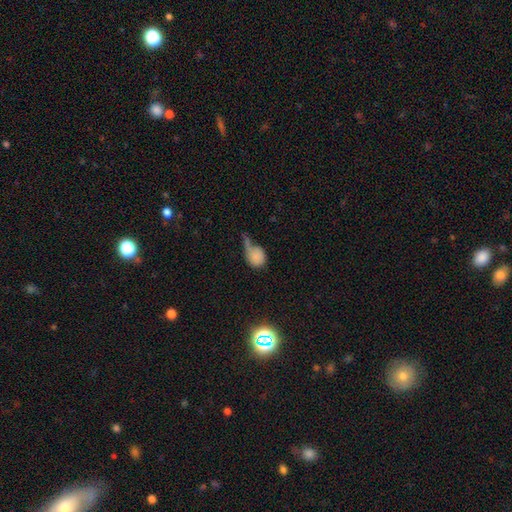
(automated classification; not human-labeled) The model was most divided on "merging": major disturbance: 32%, minor disturbance: 29%, none: 25%, merger: 15%. More confident: smooth or featured — smooth (77%); how rounded — round (63%).